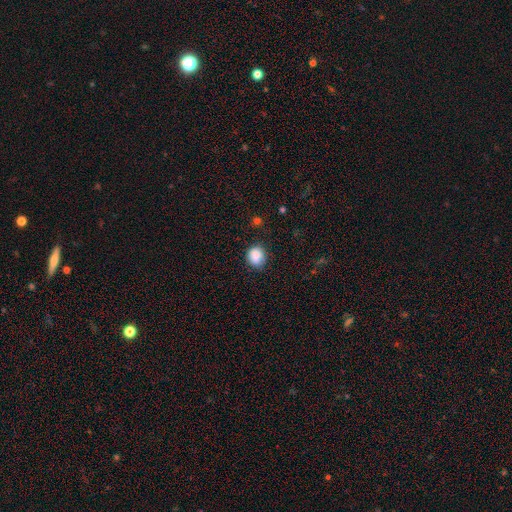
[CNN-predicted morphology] A smooth galaxy with no disk features (86%) that is round (68%).

Vote fractions:
- Smooth or featured? smooth: 86% / star or artifact: 9% / featured or disk: 5%
- How rounded? round: 68% / in between: 31% / cigar-shaped: 1%
- Merging? none: 75% / minor disturbance: 19% / major disturbance: 4% / merger: 2%